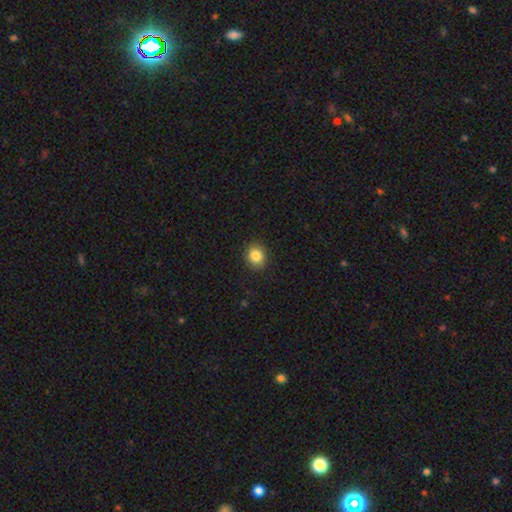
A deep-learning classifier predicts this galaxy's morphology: Smooth or featured?
  - smooth: 85% *
  - star or artifact: 10%
  - featured or disk: 5%
How rounded?
  - round: 72% *
  - in between: 28%
  - cigar-shaped: 1%
Merging?
  - none: 89% *
  - minor disturbance: 7%
  - major disturbance: 2%
  - merger: 1%